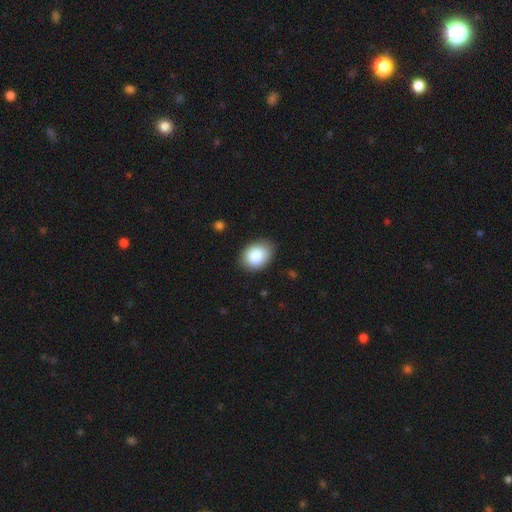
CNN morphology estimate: Smooth or featured? smooth (85%)
How rounded? in between (72%)
Merging? none (82%)